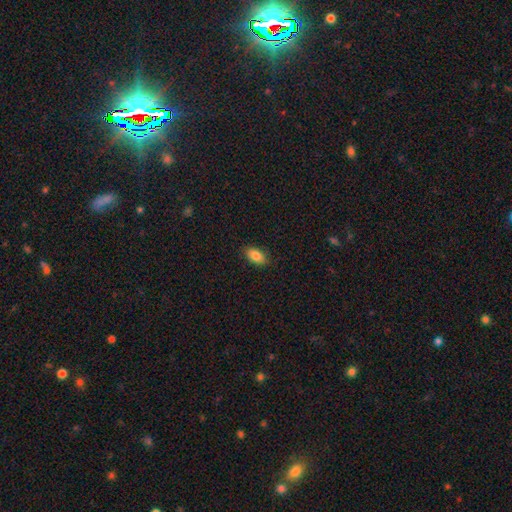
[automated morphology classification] A smooth galaxy with no disk features (85%) that is in between round and cigar-shaped (91%). Merging: none (86%).